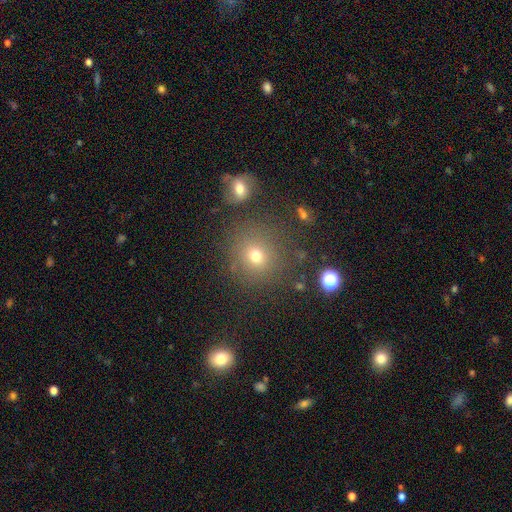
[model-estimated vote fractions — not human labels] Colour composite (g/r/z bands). It shows a smooth galaxy with no disk features (70%) that is round (87%). Merging: none (79%).